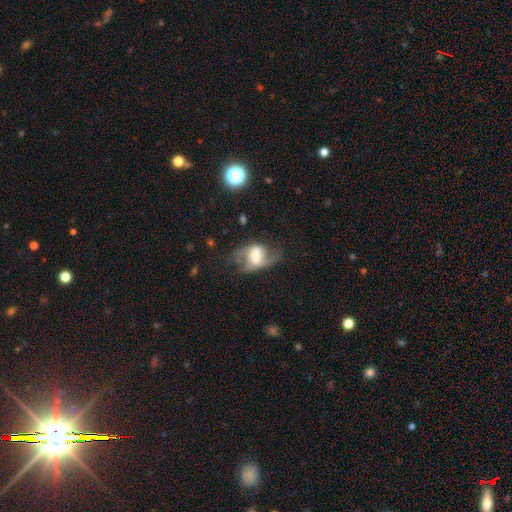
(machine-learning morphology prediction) featured or disk 63%, smooth 29%, star or artifact 8%. Down the decision tree: edge-on disk — no (95%); bar — weak (41%); spiral arms — yes (77%); bulge size — large (32%, tied with moderate); merging — none (40%).